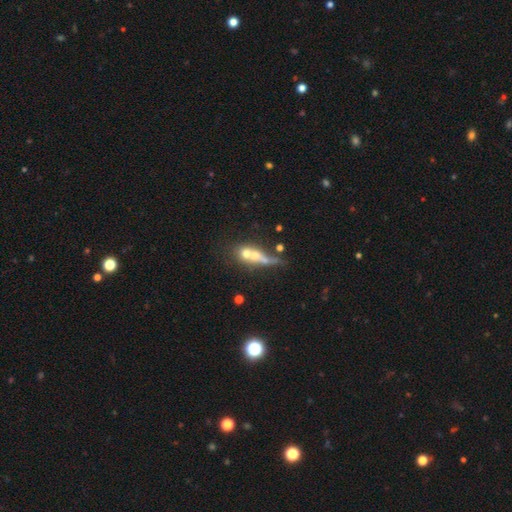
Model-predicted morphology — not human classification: Smooth or featured? smooth (49%)
Merging? merger (56%)